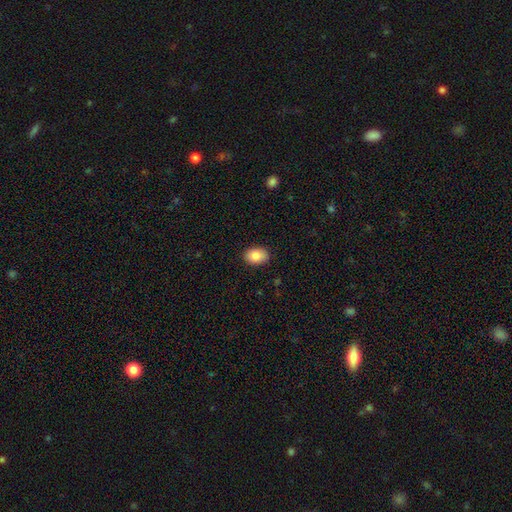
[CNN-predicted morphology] A smooth galaxy with no disk features (86%) that is in between round and cigar-shaped (82%). Merging: none (88%).